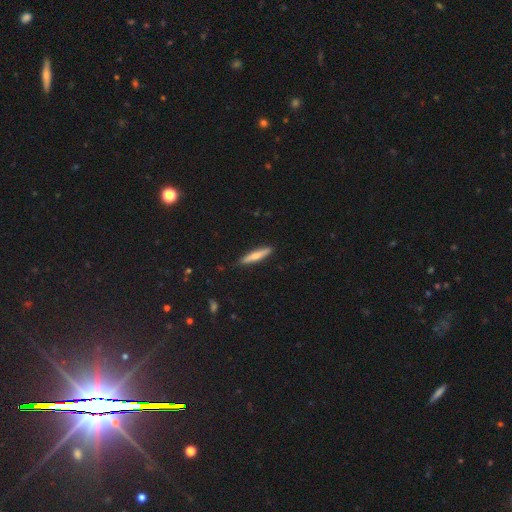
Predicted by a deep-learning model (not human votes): The model was most divided on "smooth or featured": smooth: 58%, featured or disk: 36%, star or artifact: 6%. More confident: merging — none (90%); how rounded — cigar-shaped (88%).